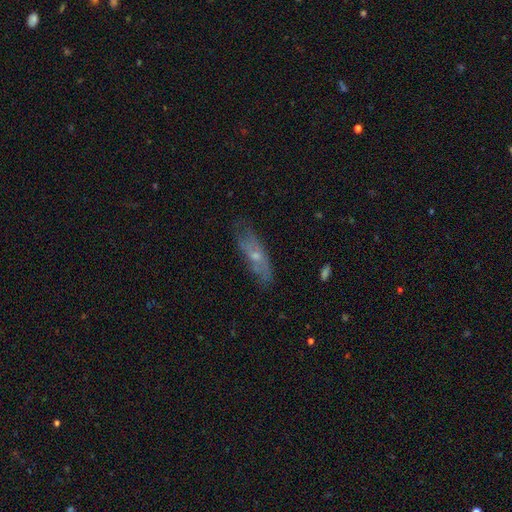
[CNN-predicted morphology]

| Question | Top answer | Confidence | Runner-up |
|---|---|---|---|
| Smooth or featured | featured or disk | 49% | smooth (42%) |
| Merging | none | 65% | minor disturbance (25%) |